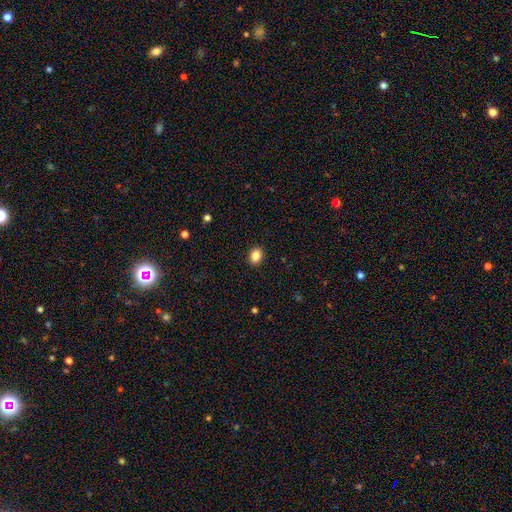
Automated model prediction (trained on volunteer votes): smooth-or-featured: smooth: 86% | star or artifact: 9% | featured or disk: 4%
  how-rounded: in between: 57% | round: 42% | cigar-shaped: 1%
  merging: none: 91% | minor disturbance: 6% | major disturbance: 2% | merger: 1%